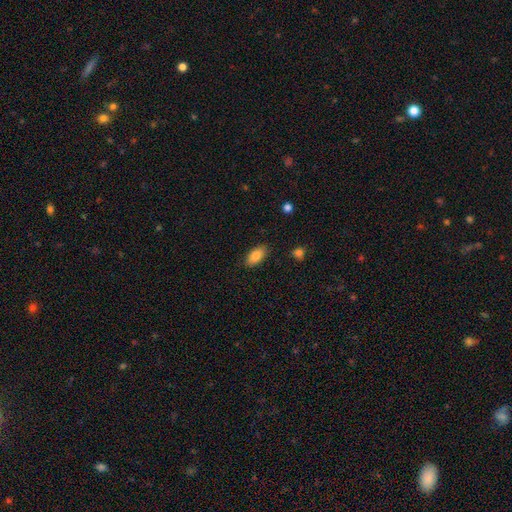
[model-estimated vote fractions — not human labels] This is clearly a smooth galaxy (85%). How rounded: clearly in between (91%). Merging: clearly none (86%).